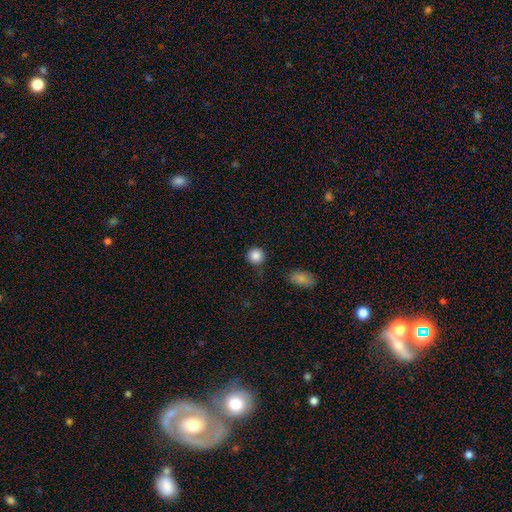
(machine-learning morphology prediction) A smooth galaxy with no disk features (87%) that is round (94%).

Vote fractions:
- Smooth or featured? smooth: 87% / star or artifact: 10% / featured or disk: 4%
- How rounded? round: 94% / in between: 5% / cigar-shaped: 1%
- Merging? none: 81% / minor disturbance: 12% / major disturbance: 4% / merger: 3%